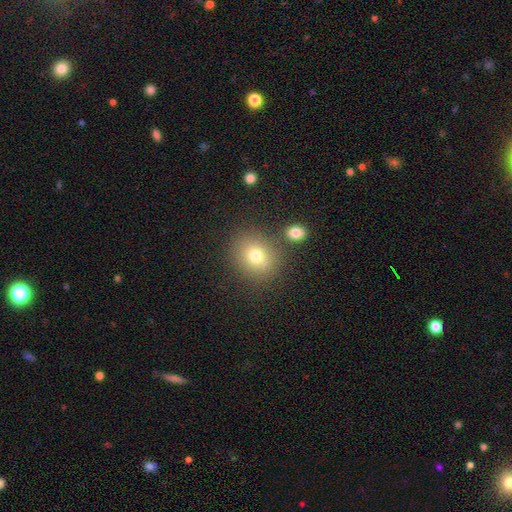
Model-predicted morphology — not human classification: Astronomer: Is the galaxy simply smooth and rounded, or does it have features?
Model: smooth — 75%.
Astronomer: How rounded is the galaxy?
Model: round — 75%.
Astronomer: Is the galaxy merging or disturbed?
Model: none — 76%.